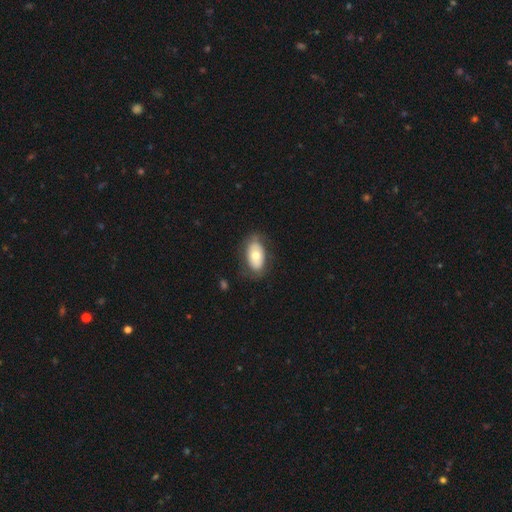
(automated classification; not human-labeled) A smooth galaxy with no disk features (64%) that is in between round and cigar-shaped (92%).

Vote fractions:
- Smooth or featured? smooth: 64% / featured or disk: 30% / star or artifact: 6%
- How rounded? in between: 92% / round: 6% / cigar-shaped: 2%
- Merging? none: 74% / minor disturbance: 18% / major disturbance: 7% / merger: 1%